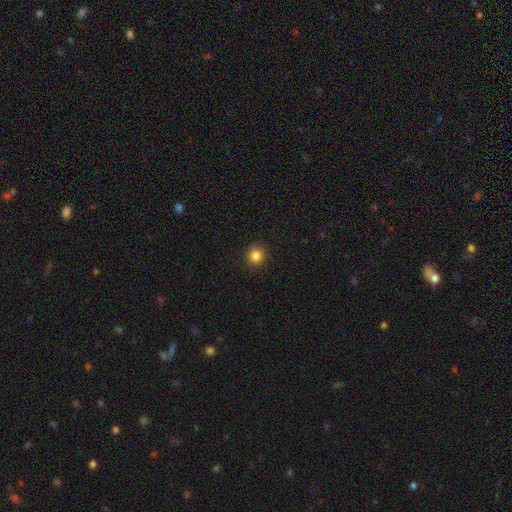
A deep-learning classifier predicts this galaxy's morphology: A smooth galaxy with no disk features (85%) that is round (91%). Merging: none (91%).